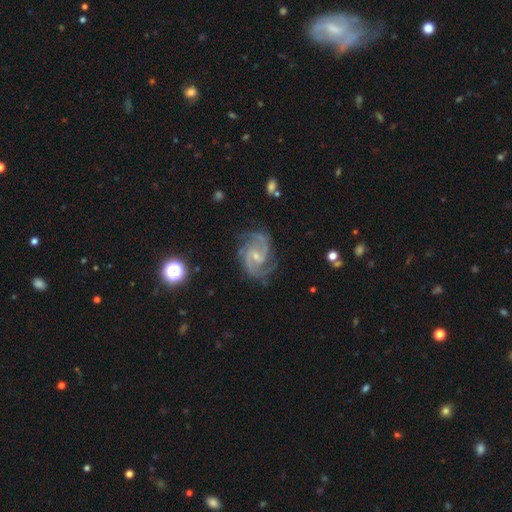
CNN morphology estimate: featured or disk 92%, star or artifact 5%, smooth 3%. Down the decision tree: edge-on disk — no (98%); bar — weak (47%); spiral arms — yes (99%); spiral arm count — 2 (64%); spiral winding — medium (57%); bulge size — small (70%); merging — none (75%).